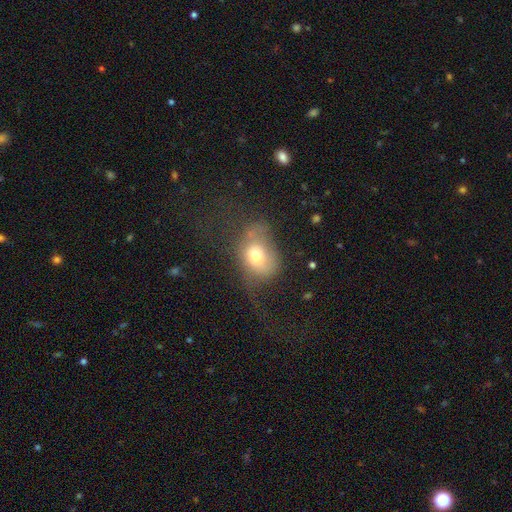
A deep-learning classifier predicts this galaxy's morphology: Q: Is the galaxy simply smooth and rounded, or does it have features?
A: smooth — 65%.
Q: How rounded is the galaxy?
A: in between — 64%.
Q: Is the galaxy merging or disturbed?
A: major disturbance — 41%.